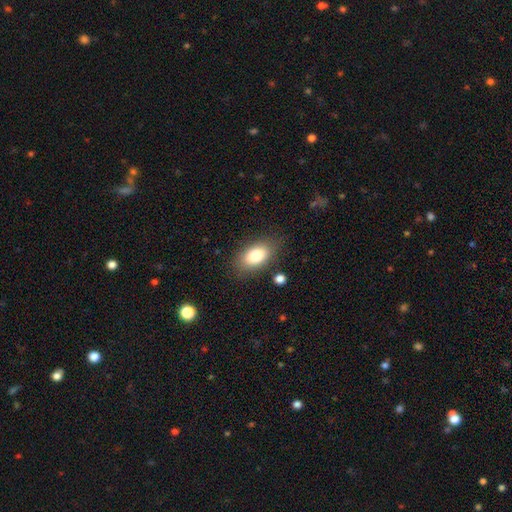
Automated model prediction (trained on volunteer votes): Overall: smooth (82%). How rounded: in between (91%). Merging: none (81%).